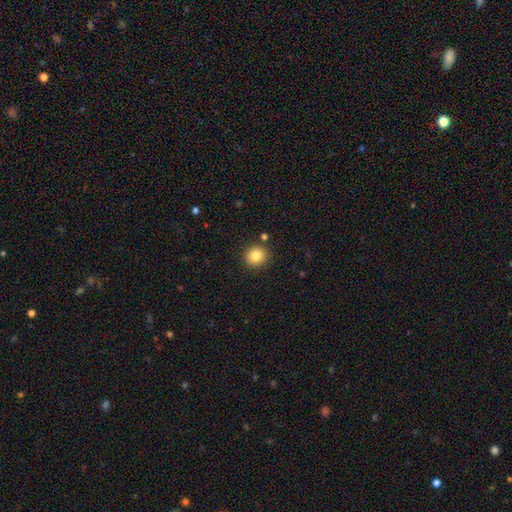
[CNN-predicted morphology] This appears to be a smooth galaxy with no disk features (83%) that is round (88%). Merging: none (88%).